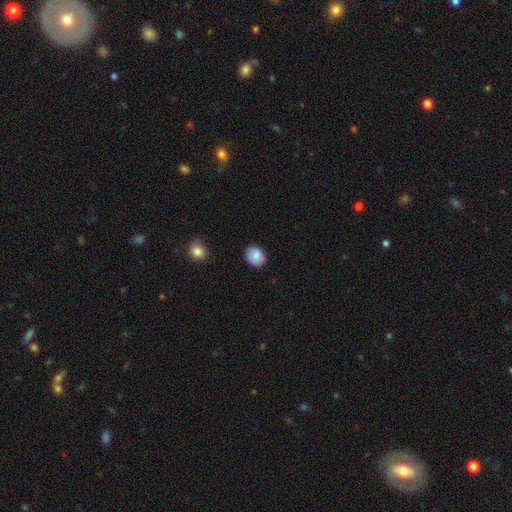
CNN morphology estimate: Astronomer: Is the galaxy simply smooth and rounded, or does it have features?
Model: smooth — 87%.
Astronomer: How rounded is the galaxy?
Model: round — 54% (runner-up: in between, 45%).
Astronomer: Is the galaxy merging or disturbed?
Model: none — 84%.